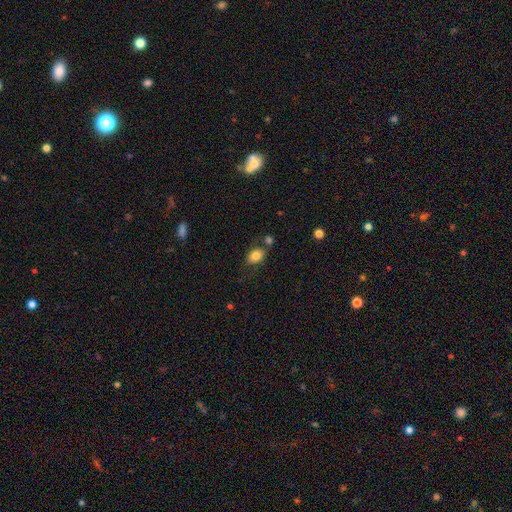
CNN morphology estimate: smooth 81%, featured or disk 11%, star or artifact 9%. Down the decision tree: how rounded — in between (79%); merging — none (64%).